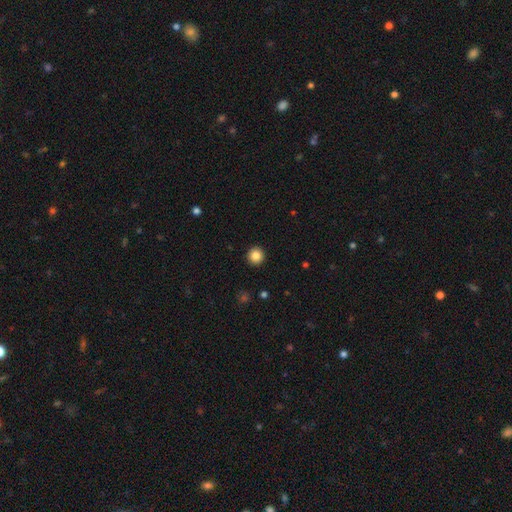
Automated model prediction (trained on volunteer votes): Smooth or featured? smooth (85%)
How rounded? round (96%)
Merging? none (93%)